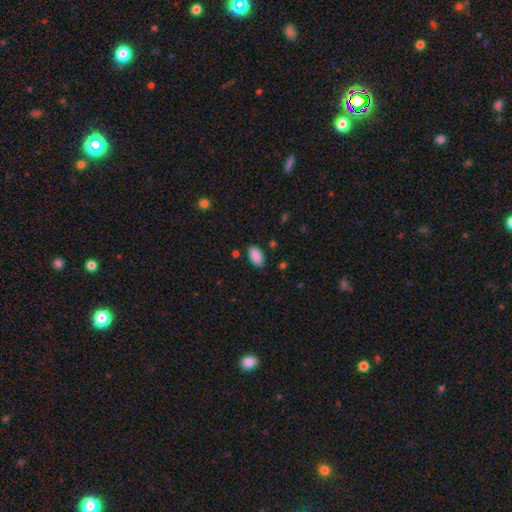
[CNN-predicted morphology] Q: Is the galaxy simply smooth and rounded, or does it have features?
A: smooth — 89%.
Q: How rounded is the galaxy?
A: in between — 95%.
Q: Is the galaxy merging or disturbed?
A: none — 84%.